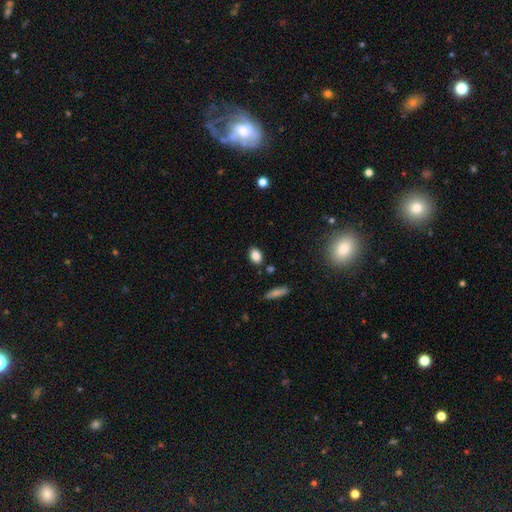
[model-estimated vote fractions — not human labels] Smooth or featured? smooth (84%)
How rounded? in between (77%)
Merging? none (84%)